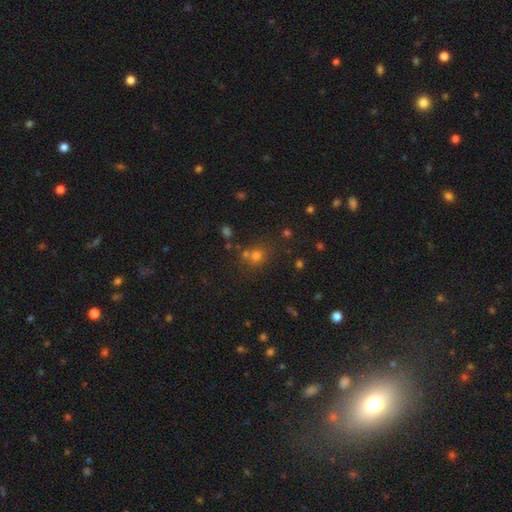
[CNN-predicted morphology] Smooth or featured? smooth (60%)
How rounded? round (84%)
Merging? none (67%)